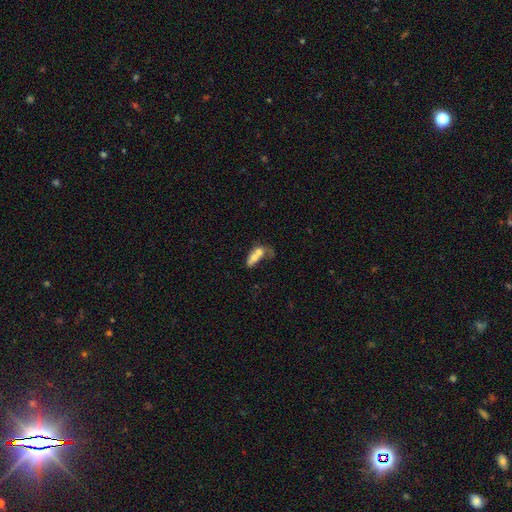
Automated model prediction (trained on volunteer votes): Morphology: type=smooth (55%); roundness=in between (67%); merging=merger (72%).